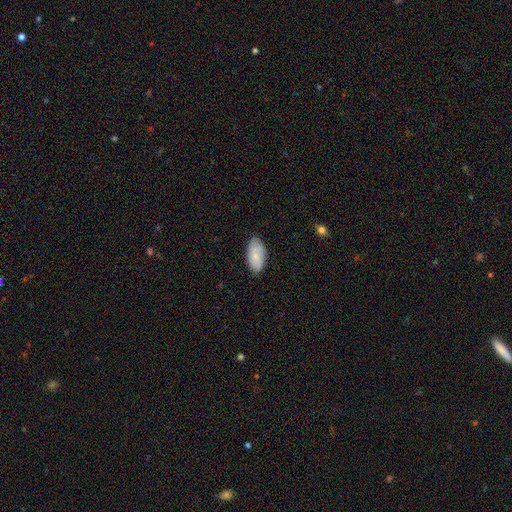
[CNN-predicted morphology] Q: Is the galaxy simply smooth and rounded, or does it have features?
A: smooth — 73%.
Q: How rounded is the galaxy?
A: in between — 93%.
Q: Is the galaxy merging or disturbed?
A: none — 78%.